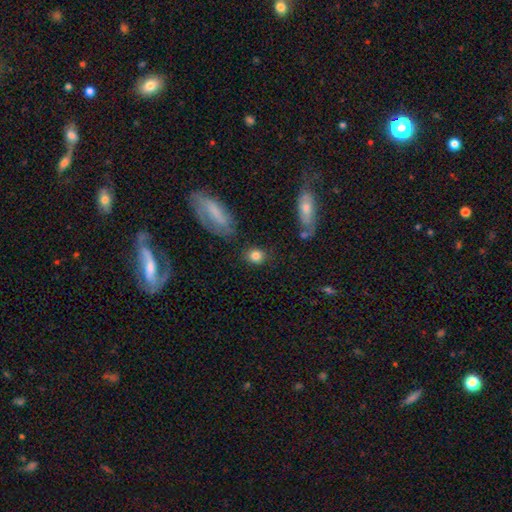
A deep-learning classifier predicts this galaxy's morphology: The model was most divided on "how rounded": round: 64%, in between: 33%, cigar-shaped: 2%. More confident: smooth or featured — smooth (83%); merging — none (81%).